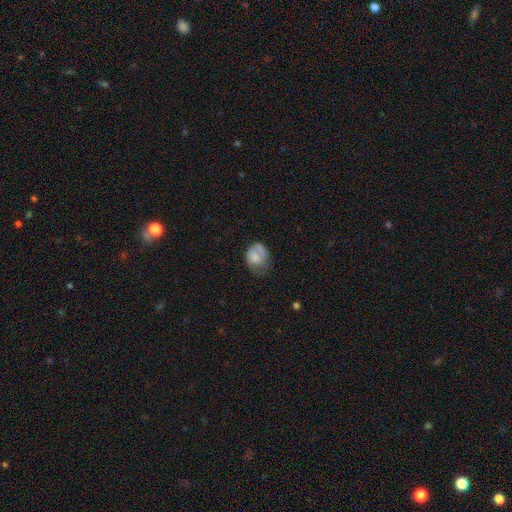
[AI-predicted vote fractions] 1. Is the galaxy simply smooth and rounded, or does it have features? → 60% smooth, 31% featured or disk, 9% star or artifact.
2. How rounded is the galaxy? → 53% in between, 46% round, 1% cigar-shaped.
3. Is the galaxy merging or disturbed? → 34% none, 32% minor disturbance, 28% major disturbance, 5% merger.